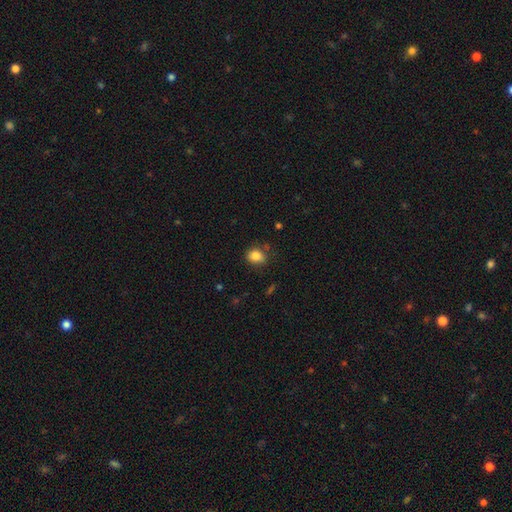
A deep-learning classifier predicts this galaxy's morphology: Overall: smooth (84%). How rounded: round (54%; in between 45%). Merging: none (74%).